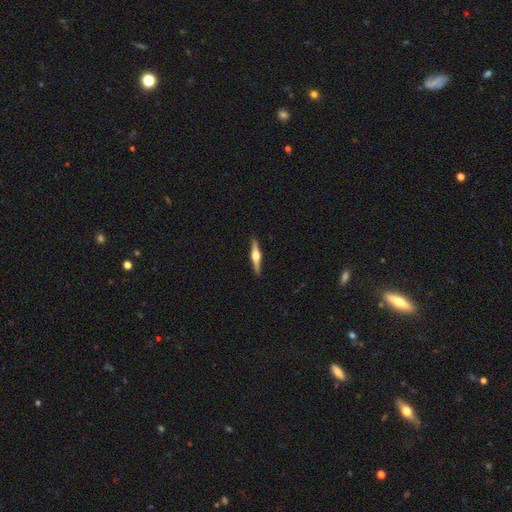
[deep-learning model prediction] smooth-or-featured: featured or disk: 75% | smooth: 20% | star or artifact: 5%
  disk-edge-on: yes: 98% | no: 2%
    edge-on-bulge: rounded: 95% | boxy: 3% | none: 2%
  merging: none: 91% | minor disturbance: 6% | major disturbance: 1% | merger: 1%